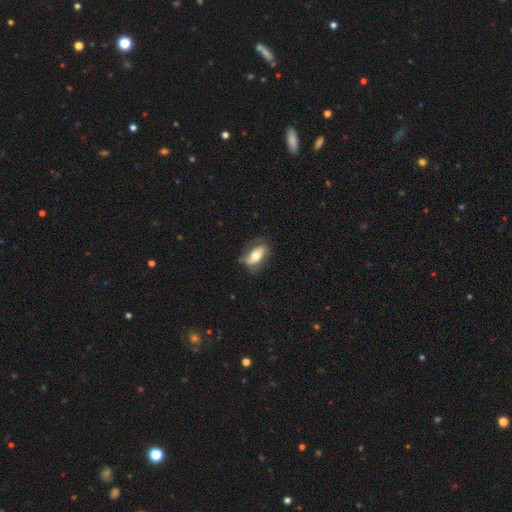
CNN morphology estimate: Smooth or featured? Predicted: smooth (p=0.52). How rounded? Predicted: in between (p=0.82). Merging? Predicted: none (p=0.59).